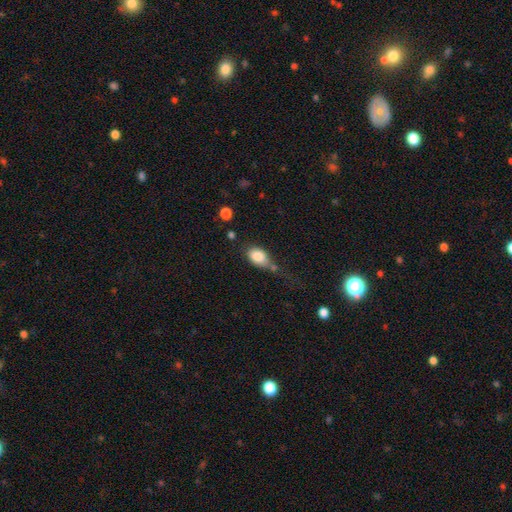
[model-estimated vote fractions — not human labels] This is clearly a smooth galaxy (84%). How rounded: clearly in between (84%). Merging: marginally none (40%).